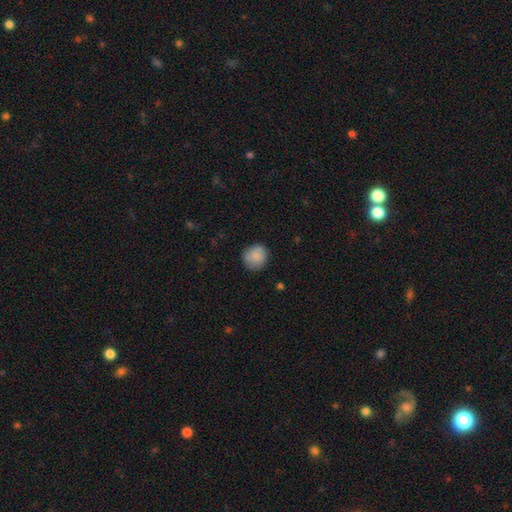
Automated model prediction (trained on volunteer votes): This is clearly a smooth galaxy (84%). How rounded: clearly round (85%). Merging: clearly none (80%).